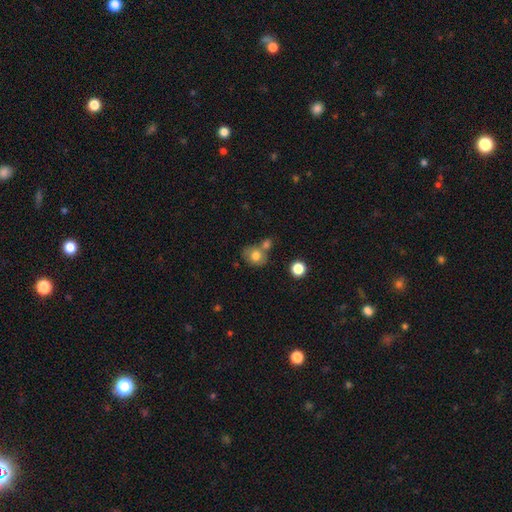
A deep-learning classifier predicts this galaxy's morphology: The model was most divided on "merging": none: 48%, merger: 33%, minor disturbance: 14%, major disturbance: 5%. More confident: smooth or featured — smooth (75%); how rounded — round (67%).